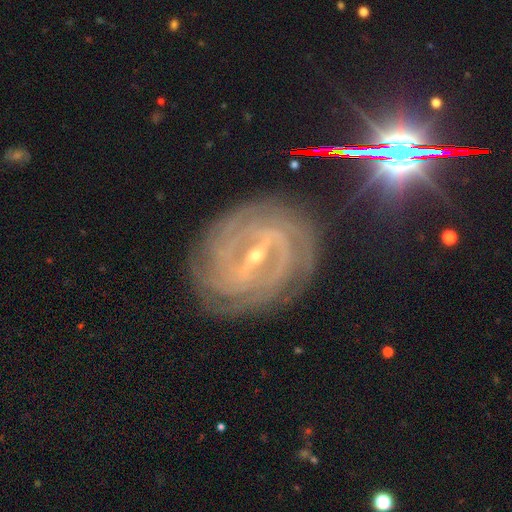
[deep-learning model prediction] Smooth or featured? featured or disk (91%)
Edge-on disk? no (95%)
Bar? strong (72%)
Spiral arms? yes (97%)
Spiral winding? tight (78%)
Spiral arm count? 4 (22%)
Bulge size? small (68%)
Merging? none (81%)